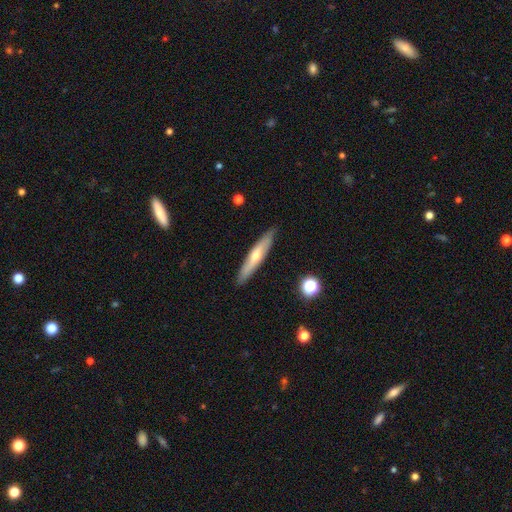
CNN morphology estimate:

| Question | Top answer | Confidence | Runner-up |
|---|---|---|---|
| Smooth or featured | featured or disk | 50% | smooth (43%) |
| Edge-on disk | yes | 83% | no (17%) |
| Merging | none | 88% | minor disturbance (9%) |